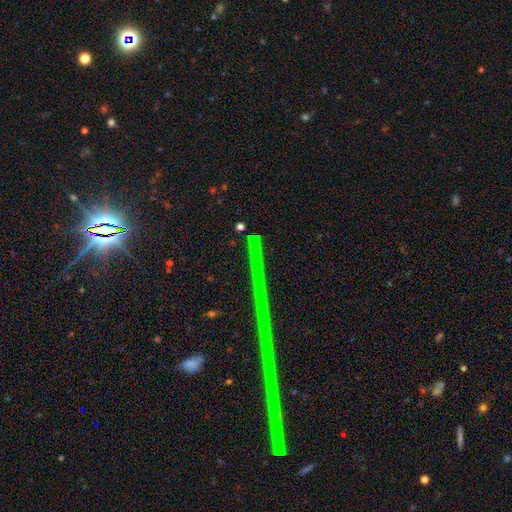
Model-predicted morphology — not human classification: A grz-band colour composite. It shows a star or artifact, not a galaxy (82%).